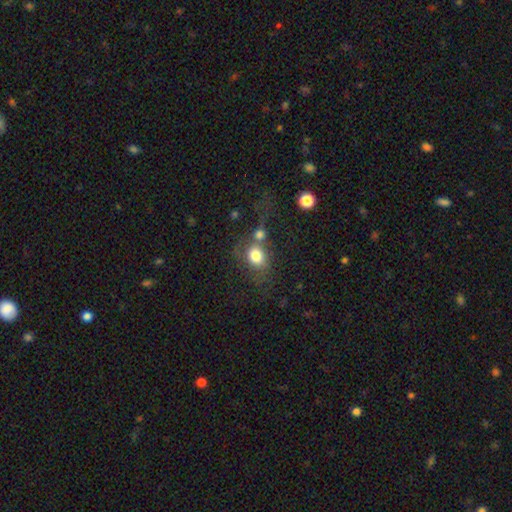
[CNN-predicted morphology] This appears to be a smooth galaxy with no disk features (77%) that is round (54%). Merging: merger (46%).